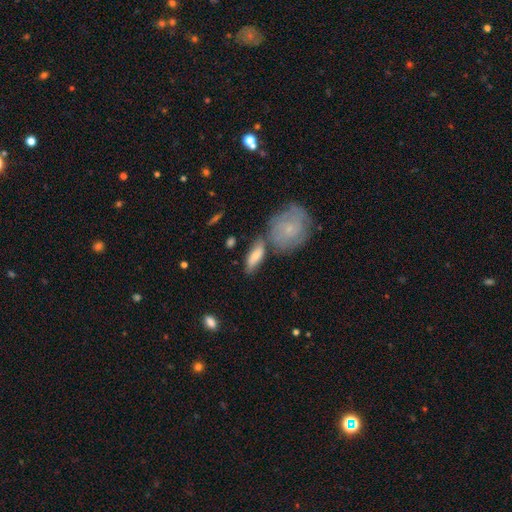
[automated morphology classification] This is likely a smooth galaxy (64%). How rounded: likely in between (70%). Merging: possibly none (58%).